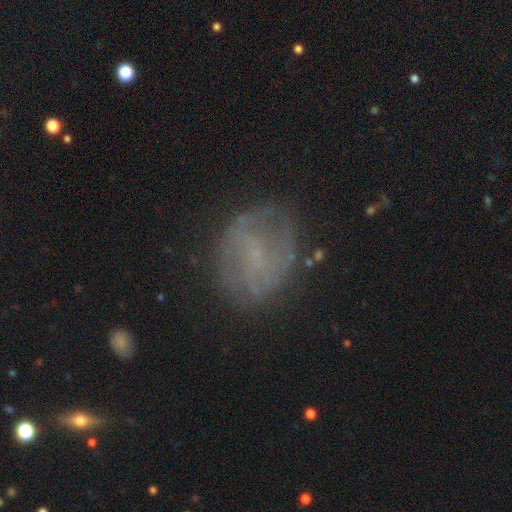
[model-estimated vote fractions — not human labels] Morphology: type=featured or disk (48%); merging=none (72%).